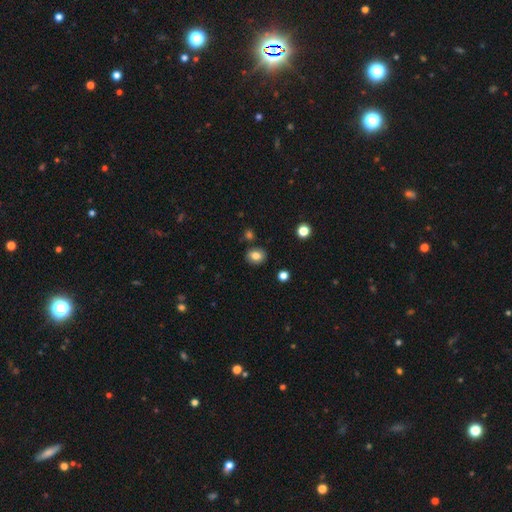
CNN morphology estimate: A smooth galaxy with no disk features (82%) that is round (62%).

Vote fractions:
- Smooth or featured? smooth: 82% / star or artifact: 11% / featured or disk: 7%
- How rounded? round: 62% / in between: 38% / cigar-shaped: 1%
- Merging? none: 84% / minor disturbance: 9% / merger: 4% / major disturbance: 2%